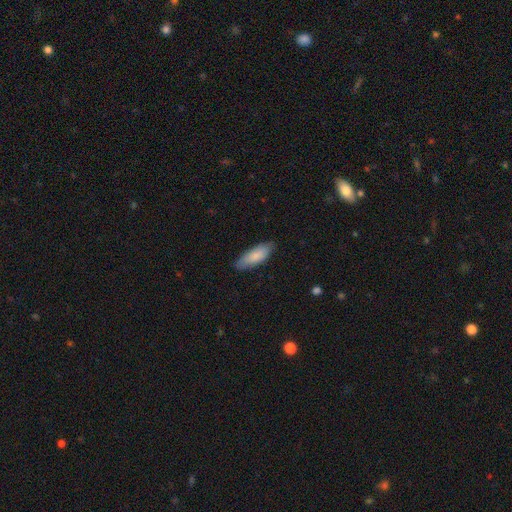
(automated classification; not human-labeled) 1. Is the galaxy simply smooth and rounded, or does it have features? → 83% smooth, 12% featured or disk, 5% star or artifact.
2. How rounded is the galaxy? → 67% in between, 32% cigar-shaped, 2% round.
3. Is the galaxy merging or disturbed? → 82% none, 14% minor disturbance, 2% major disturbance, 1% merger.